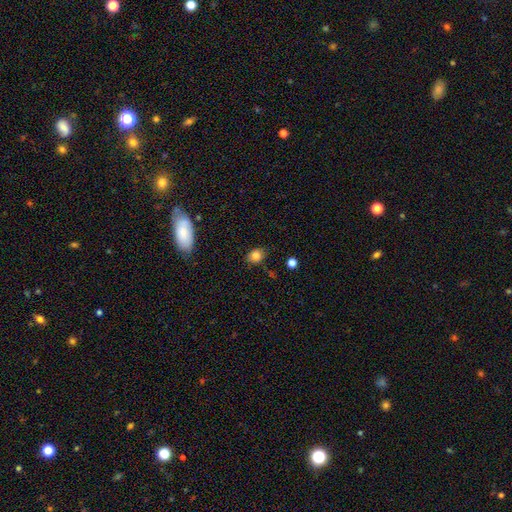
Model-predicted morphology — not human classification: smooth_or_featured: smooth (p=0.81) [alt: star or artifact p=0.11]
how_rounded: in between (p=0.54) [alt: round p=0.44]
merging: none (p=0.74) [alt: minor disturbance p=0.19]